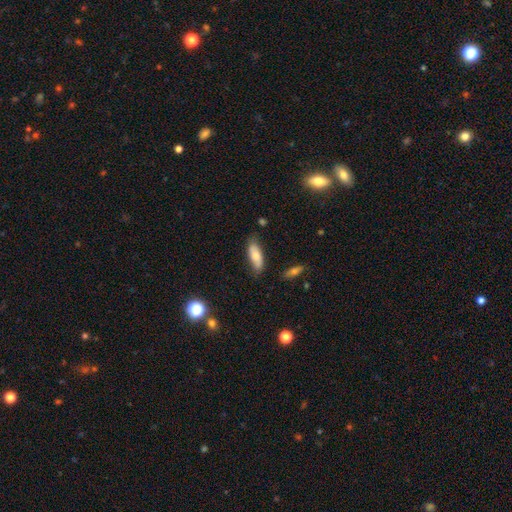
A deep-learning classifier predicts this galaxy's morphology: smooth-or-featured: smooth: 71% | featured or disk: 22% | star or artifact: 7%
  how-rounded: in between: 69% | cigar-shaped: 29% | round: 2%
  merging: none: 72% | minor disturbance: 22% | major disturbance: 4% | merger: 2%